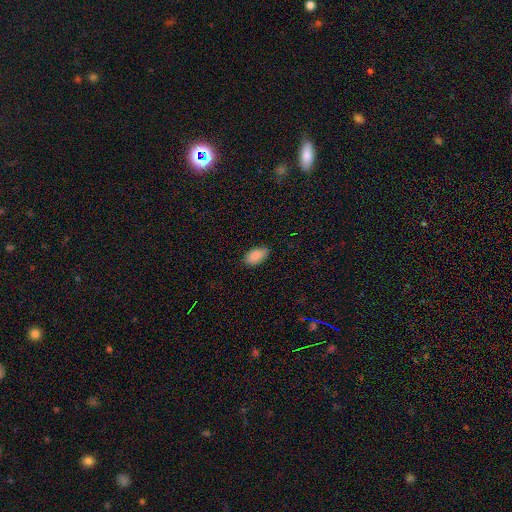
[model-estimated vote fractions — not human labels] A smooth galaxy with no disk features (88%) that is in between round and cigar-shaped (94%).

Vote fractions:
- Smooth or featured? smooth: 88% / star or artifact: 7% / featured or disk: 5%
- How rounded? in between: 94% / round: 4% / cigar-shaped: 2%
- Merging? none: 81% / minor disturbance: 16% / major disturbance: 3% / merger: 1%